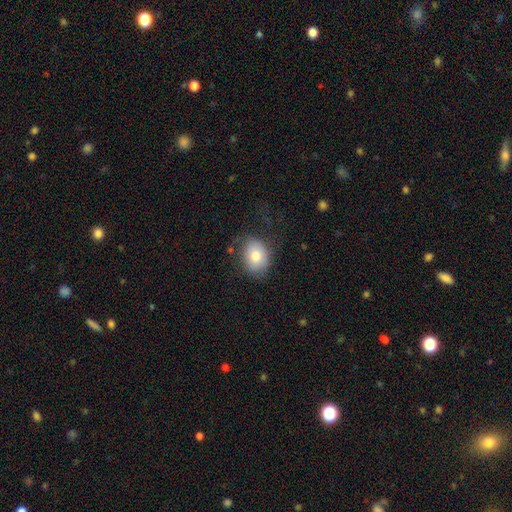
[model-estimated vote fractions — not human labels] Morphology: type=smooth (79%); roundness=in between (62%); merging=none (68%).